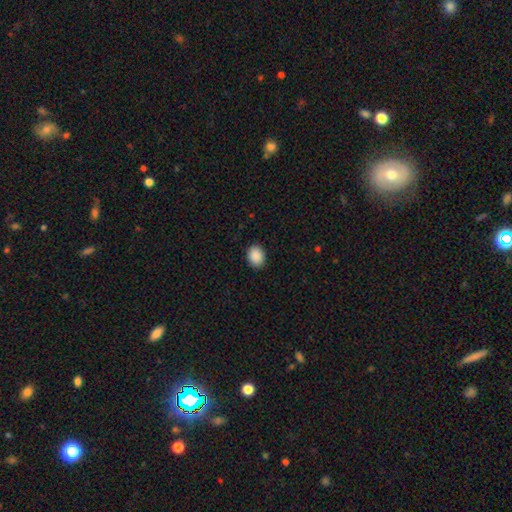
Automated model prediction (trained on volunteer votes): Smooth or featured? Predicted: smooth (p=0.90). How rounded? Predicted: in between (p=0.56). Merging? Predicted: none (p=0.90).